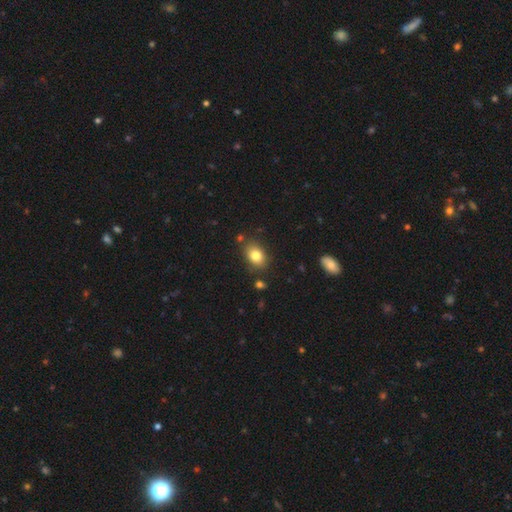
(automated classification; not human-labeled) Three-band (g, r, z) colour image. It shows a smooth galaxy with no disk features (81%) that is in between round and cigar-shaped (76%). Merging: none (81%).